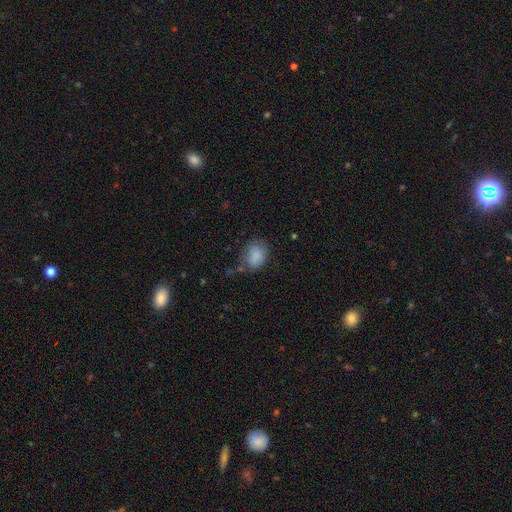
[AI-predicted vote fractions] Smooth or featured: smooth — 82% (star or artifact — 10%)
How rounded: in between — 60% (round — 39%)
Merging: none — 59% (minor disturbance — 26%)